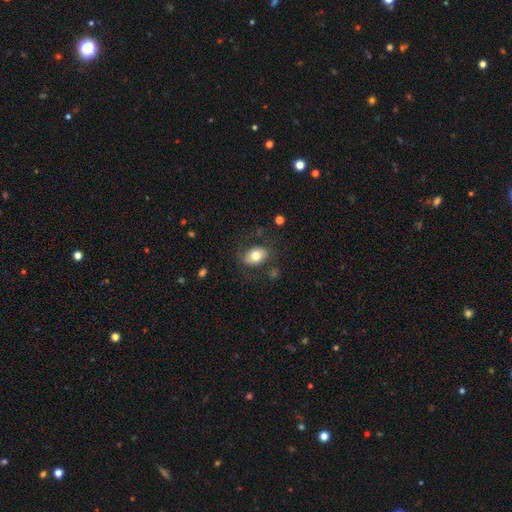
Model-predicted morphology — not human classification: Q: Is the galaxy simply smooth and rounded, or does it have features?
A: smooth — 75%.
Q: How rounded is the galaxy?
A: in between — 77%.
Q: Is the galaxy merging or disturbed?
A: none — 75%.